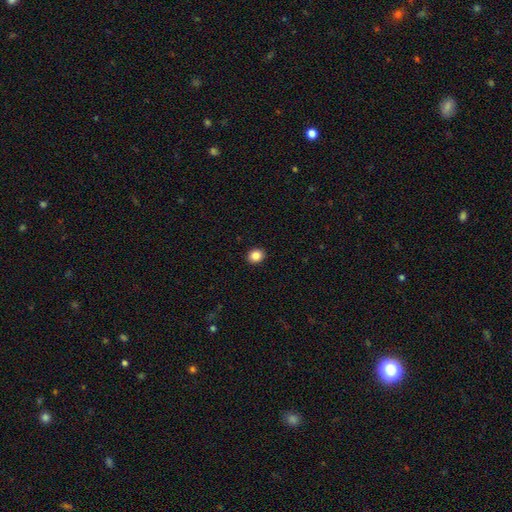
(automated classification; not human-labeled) The model was most divided on "how rounded": round: 69%, in between: 30%, cigar-shaped: 1%. More confident: merging — none (92%); smooth or featured — smooth (86%).